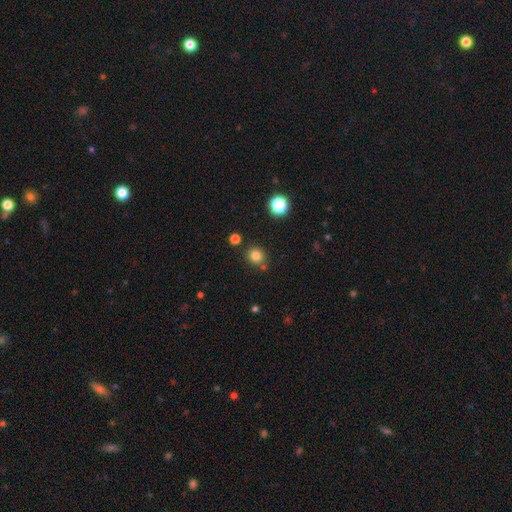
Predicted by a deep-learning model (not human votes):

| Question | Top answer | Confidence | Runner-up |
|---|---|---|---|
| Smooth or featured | smooth | 81% | star or artifact (14%) |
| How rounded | round | 82% | in between (17%) |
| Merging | none | 80% | minor disturbance (10%) |